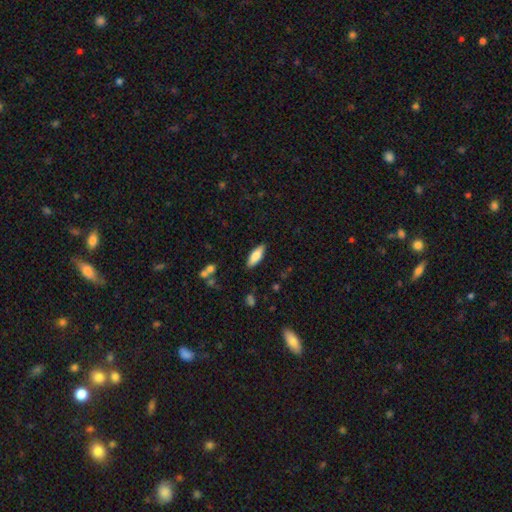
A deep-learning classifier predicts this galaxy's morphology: Smooth or featured? smooth (74%)
How rounded? in between (67%)
Merging? none (87%)